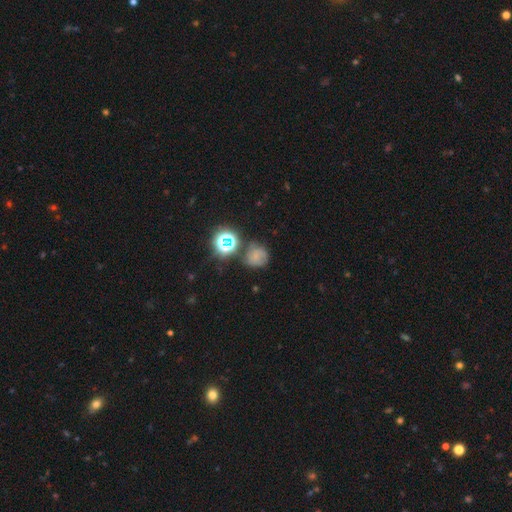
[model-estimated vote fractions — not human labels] This is possibly a smooth galaxy (55%). How rounded: clearly round (84%). Merging: likely none (62%).